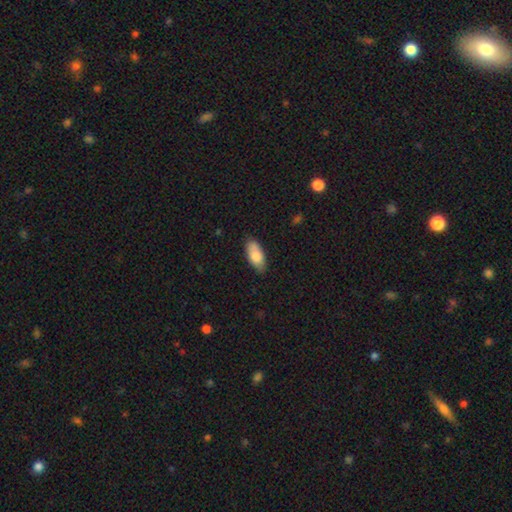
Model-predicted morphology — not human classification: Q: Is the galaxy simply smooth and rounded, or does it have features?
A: smooth — 79%.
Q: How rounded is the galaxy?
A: in between — 88%.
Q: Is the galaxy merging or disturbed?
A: none — 79%.